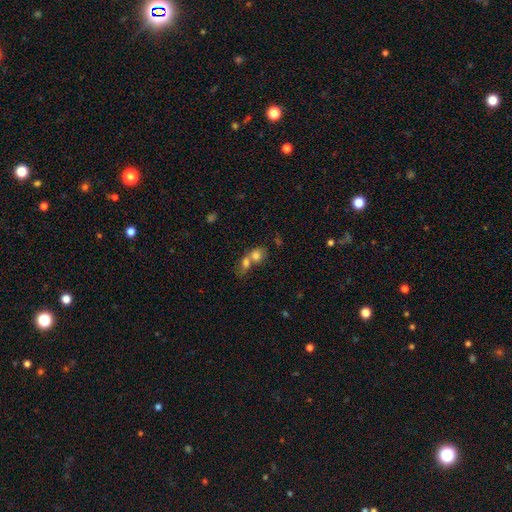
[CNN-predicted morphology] A smooth galaxy with no disk features (75%) that is round (58%). Merging: merger (68%).